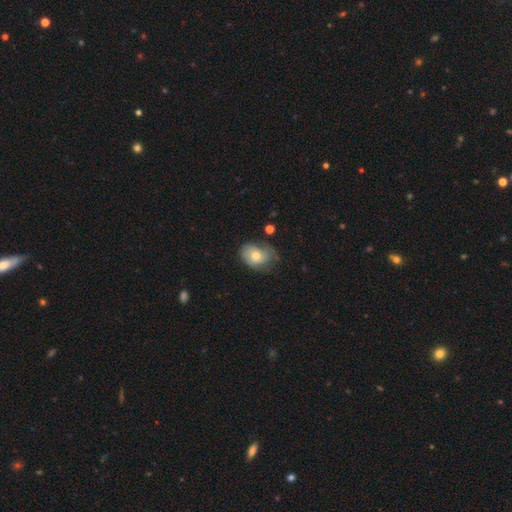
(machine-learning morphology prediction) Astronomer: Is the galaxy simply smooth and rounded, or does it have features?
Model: smooth — 69%.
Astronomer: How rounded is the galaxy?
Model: in between — 61% (runner-up: round, 38%).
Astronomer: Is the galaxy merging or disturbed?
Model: minor disturbance — 40% (runner-up: none, 39%).